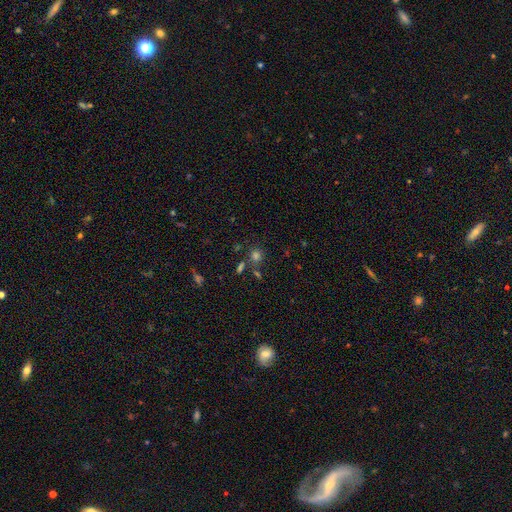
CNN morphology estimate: smooth-or-featured: smooth: 71% | star or artifact: 22% | featured or disk: 7%
  how-rounded: round: 86% | in between: 13% | cigar-shaped: 1%
  merging: none: 70% | merger: 16% | minor disturbance: 10% | major disturbance: 5%